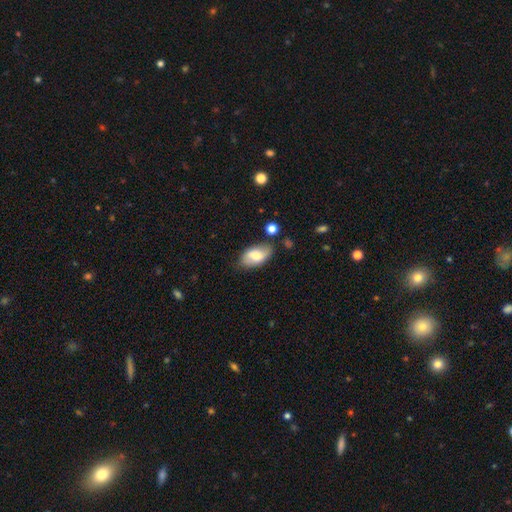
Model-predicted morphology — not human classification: This is likely a smooth galaxy (68%). How rounded: clearly in between (93%). Merging: likely none (70%).